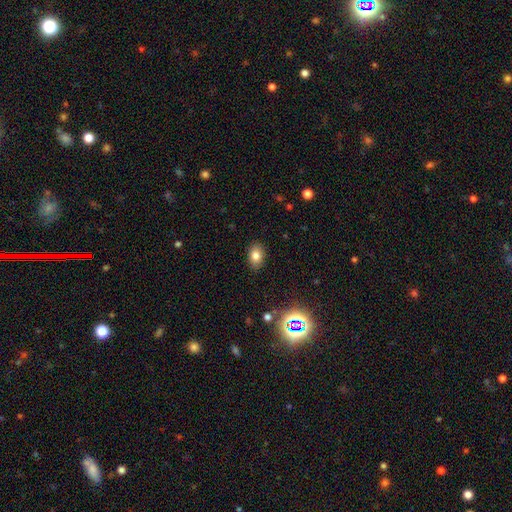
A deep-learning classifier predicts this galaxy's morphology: A smooth galaxy with no disk features (78%) that is in between round and cigar-shaped (79%). Merging: none (88%).